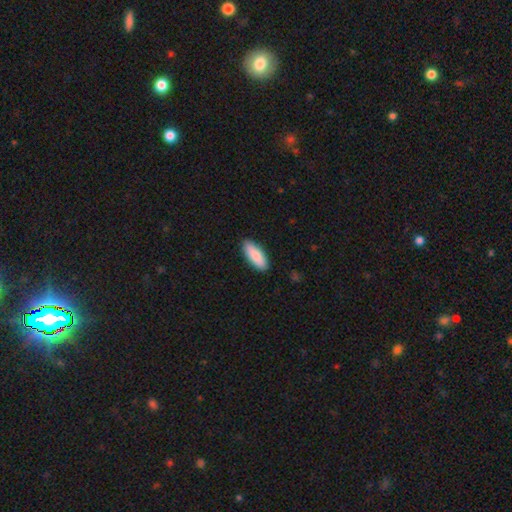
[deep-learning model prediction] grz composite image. It shows a smooth galaxy with no disk features (87%) that is in between round and cigar-shaped (70%). Merging: none (89%).